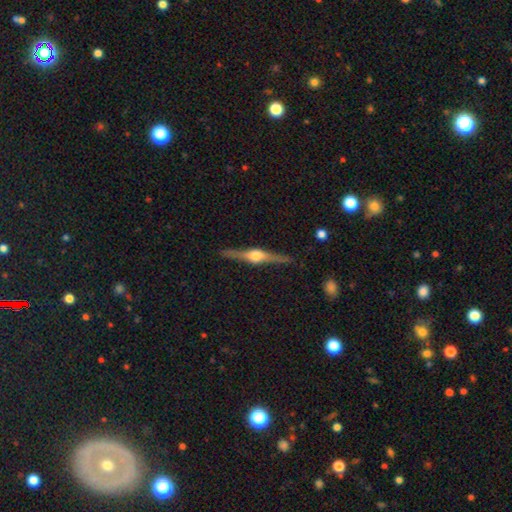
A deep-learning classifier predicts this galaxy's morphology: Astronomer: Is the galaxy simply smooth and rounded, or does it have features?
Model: featured or disk — 84%.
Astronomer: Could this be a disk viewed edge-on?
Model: yes — 98%.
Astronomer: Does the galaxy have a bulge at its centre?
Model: rounded — 95%.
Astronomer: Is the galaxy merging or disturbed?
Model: none — 90%.